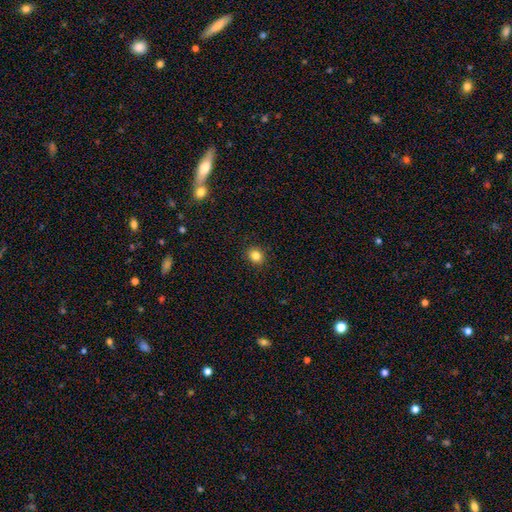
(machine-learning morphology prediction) A smooth galaxy with no disk features (83%) that is round (71%).

Vote fractions:
- Smooth or featured? smooth: 83% / star or artifact: 12% / featured or disk: 5%
- How rounded? round: 71% / in between: 28% / cigar-shaped: 1%
- Merging? none: 90% / minor disturbance: 7% / major disturbance: 2% / merger: 1%